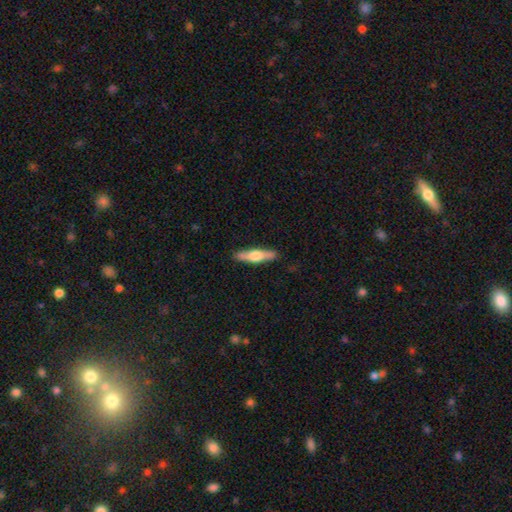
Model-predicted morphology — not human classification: Q: Smooth or featured?
A: smooth (48%); runner-up: featured or disk (47%)
Q: Merging?
A: none (88%); runner-up: minor disturbance (9%)